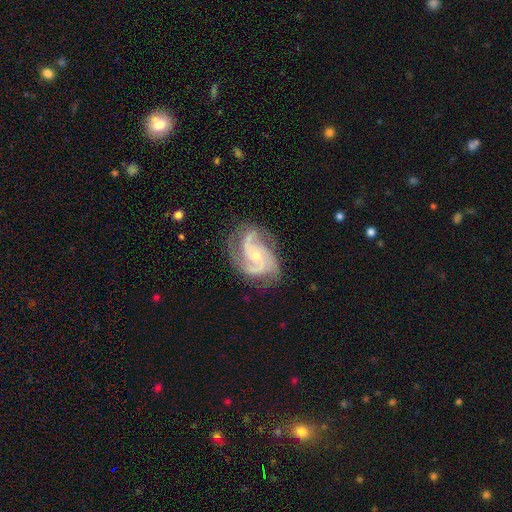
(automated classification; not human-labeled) Morphology: type=featured or disk (91%); edge-on=no (98%); bar=no (64%); spiral arms=yes (98%); winding=medium (52%); arm count=3 (55%); bulge=small (64%); merging=none (71%).